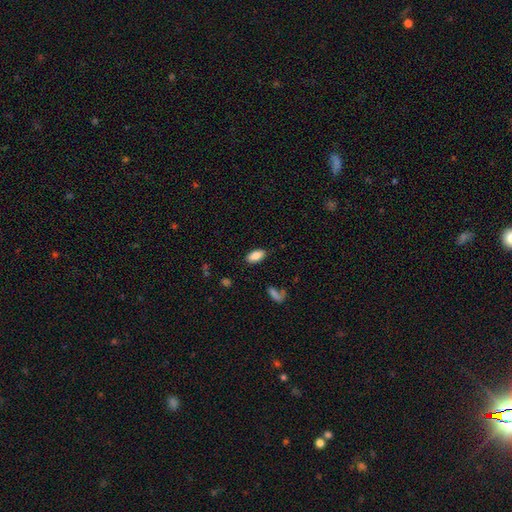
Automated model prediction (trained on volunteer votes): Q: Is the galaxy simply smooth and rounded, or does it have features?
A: smooth — 85%.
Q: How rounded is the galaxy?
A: in between — 91%.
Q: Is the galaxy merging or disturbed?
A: none — 85%.